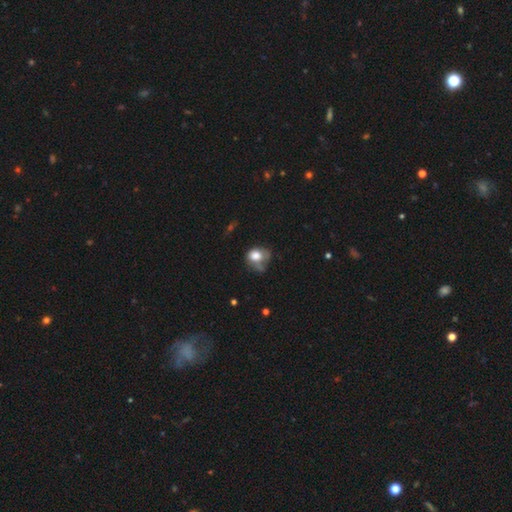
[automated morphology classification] Smooth or featured: smooth — 71% (featured or disk — 18%)
How rounded: round — 58% (in between — 41%)
Merging: none — 31% (major disturbance — 30%)